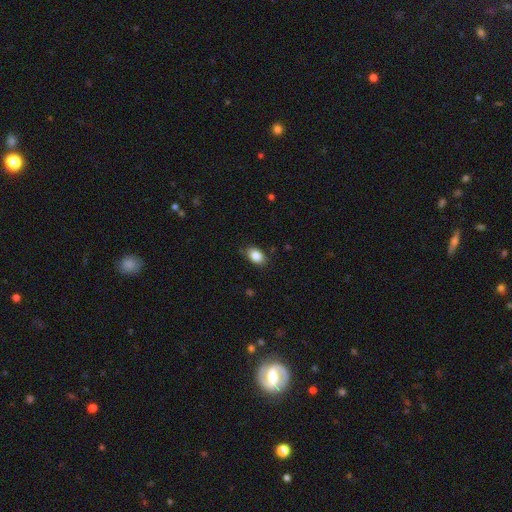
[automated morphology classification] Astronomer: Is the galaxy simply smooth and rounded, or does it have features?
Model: smooth — 85%.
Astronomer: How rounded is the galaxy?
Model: in between — 85%.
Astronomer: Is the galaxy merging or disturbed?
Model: none — 80%.